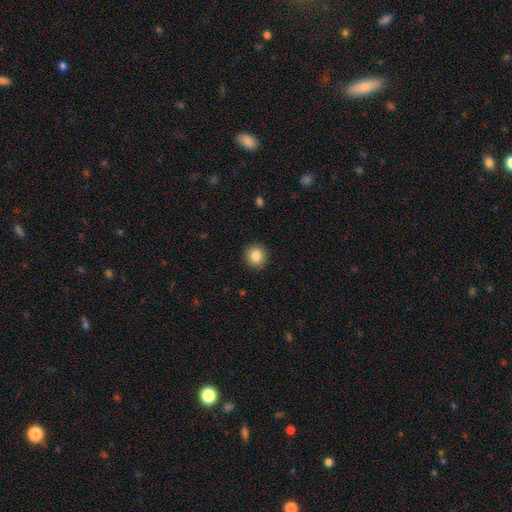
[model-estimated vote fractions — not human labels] smooth-or-featured: smooth: 86% | star or artifact: 9% | featured or disk: 5%
  how-rounded: round: 92% | in between: 7% | cigar-shaped: 1%
  merging: none: 91% | minor disturbance: 6% | major disturbance: 2% | merger: 1%